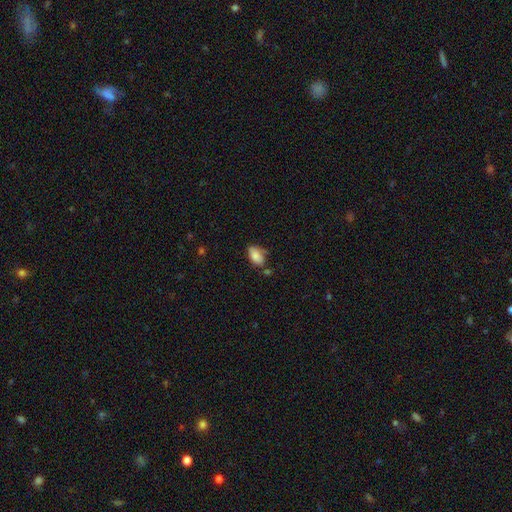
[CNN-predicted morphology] type=smooth (84%); roundness=in between (93%); merging=none (59%).